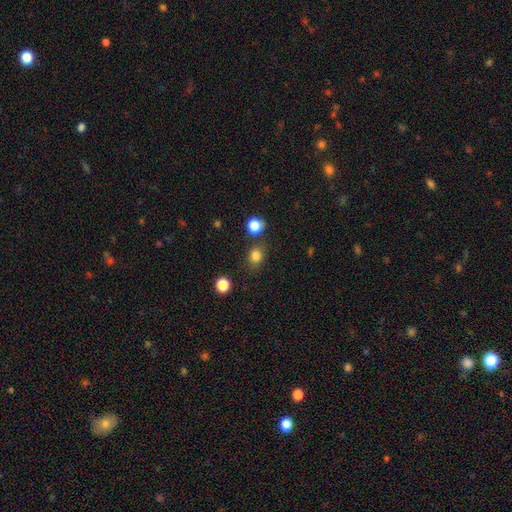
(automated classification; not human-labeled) Smooth or featured?
  - smooth: 81% *
  - star or artifact: 14%
  - featured or disk: 5%
How rounded?
  - round: 62% *
  - in between: 37%
  - cigar-shaped: 1%
Merging?
  - none: 73% *
  - minor disturbance: 14%
  - merger: 8%
  - major disturbance: 4%